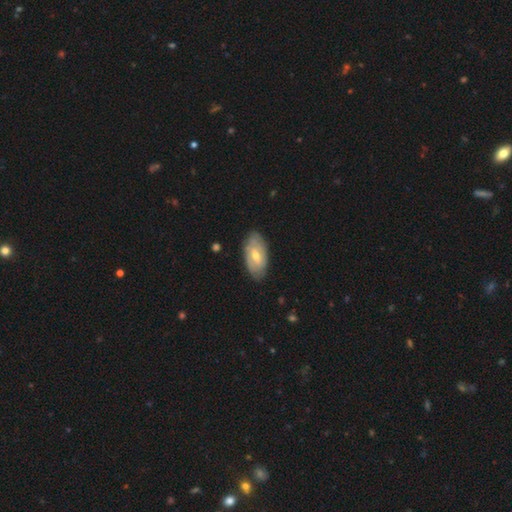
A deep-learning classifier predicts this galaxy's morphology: Smooth or featured: featured or disk — 49% (smooth — 45%)
Merging: none — 80% (minor disturbance — 16%)